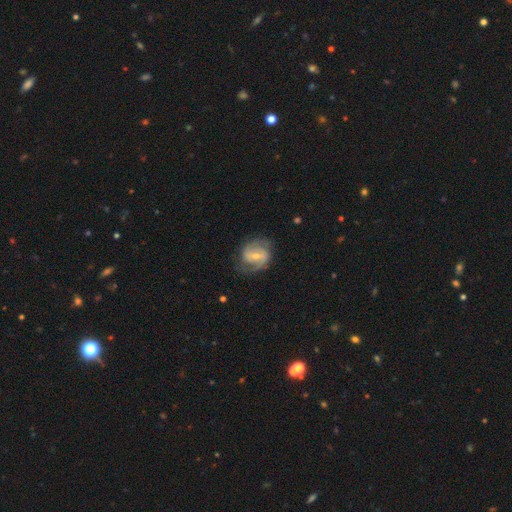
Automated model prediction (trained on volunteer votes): featured or disk 82%, smooth 13%, star or artifact 5%. Down the decision tree: edge-on disk — no (97%); bar — weak (51%); spiral arms — yes (93%); spiral arm count — 2 (79%); spiral winding — medium (49%); bulge size — small (57%); merging — none (71%).